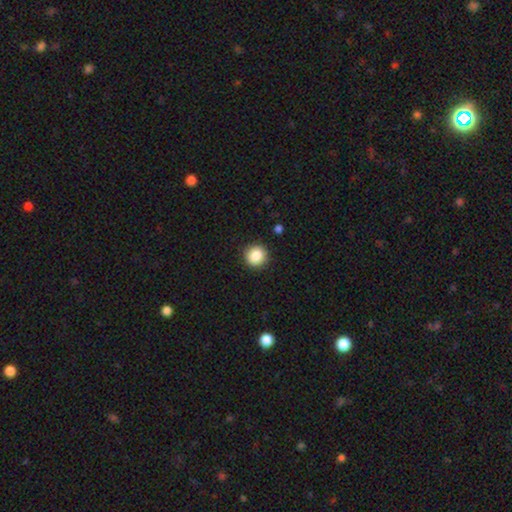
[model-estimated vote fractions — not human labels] Morphology: type=smooth (87%); roundness=round (94%); merging=none (91%).